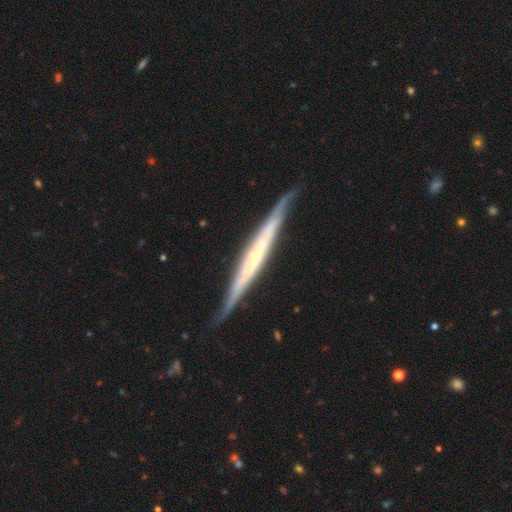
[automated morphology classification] smooth-or-featured: featured or disk: 75% | smooth: 20% | star or artifact: 5%
  disk-edge-on: yes: 93% | no: 7%
    edge-on-bulge: none: 58% | rounded: 28% | boxy: 14%
  merging: none: 79% | minor disturbance: 16% | major disturbance: 3% | merger: 2%